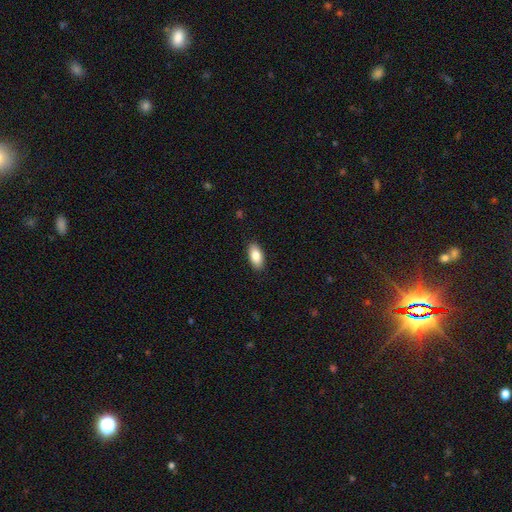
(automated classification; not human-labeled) Morphology: type=smooth (85%); roundness=in between (91%); merging=none (89%).